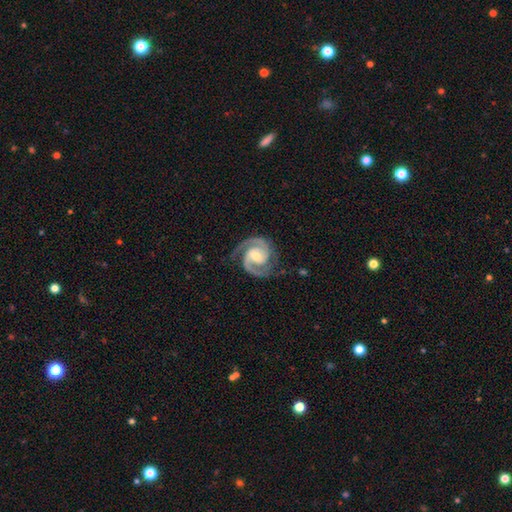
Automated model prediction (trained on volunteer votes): Morphology: type=featured or disk (93%); edge-on=no (98%); bar=weak (46%); spiral arms=yes (99%); winding=tight (51%); arm count=2 (92%); bulge=moderate (61%); merging=none (78%).